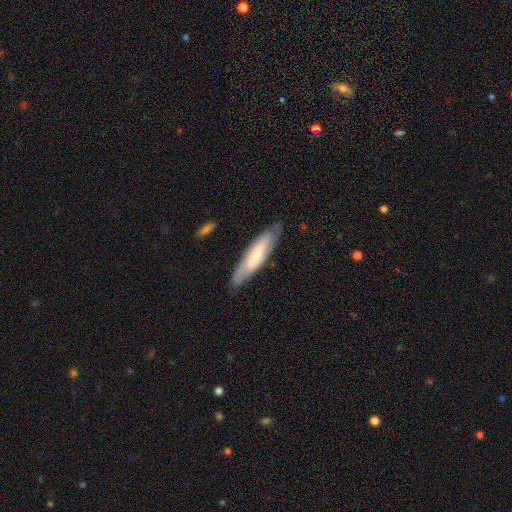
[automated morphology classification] A smooth galaxy with no disk features (52%) that is cigar-shaped (75%). Merging: none (80%).